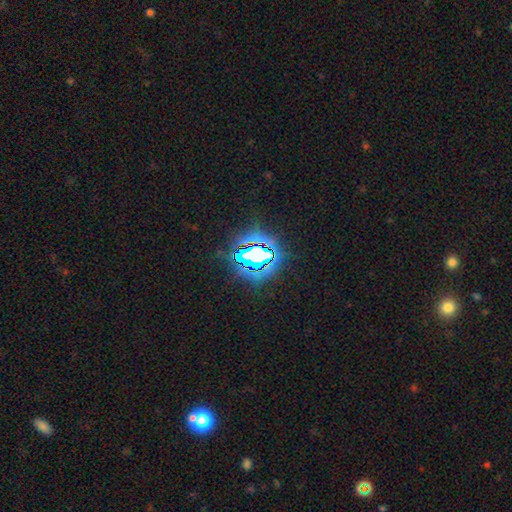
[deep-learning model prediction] Smooth or featured? Predicted: star or artifact (p=0.75).